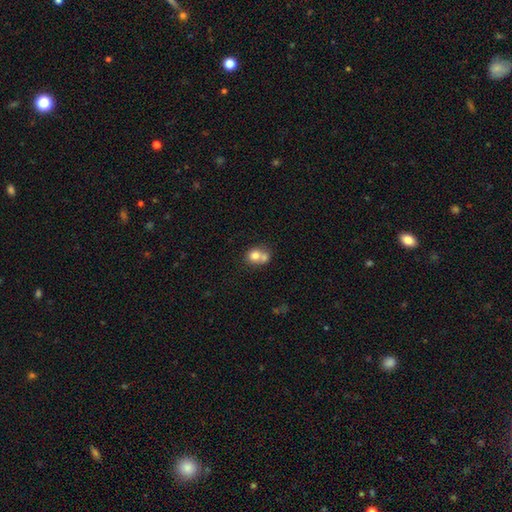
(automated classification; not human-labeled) Smooth or featured? smooth (74%)
How rounded? round (72%)
Merging? merger (59%)